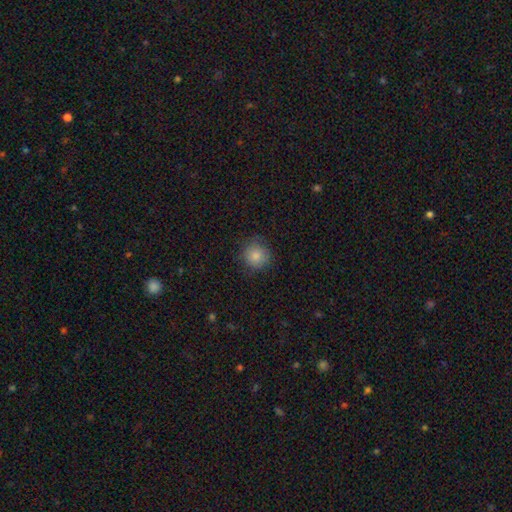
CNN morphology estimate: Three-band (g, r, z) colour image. It shows a smooth galaxy with no disk features (85%) that is round (92%). Merging: none (81%).